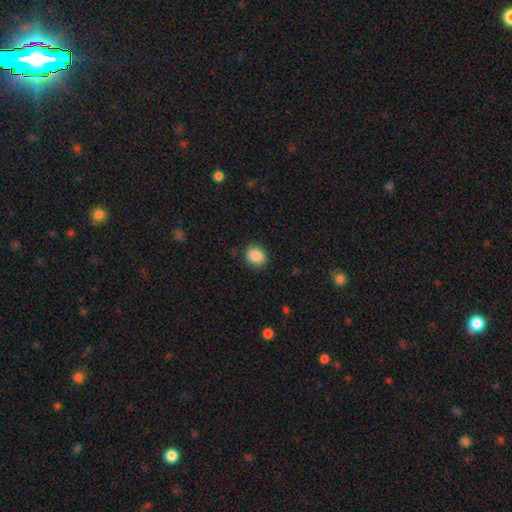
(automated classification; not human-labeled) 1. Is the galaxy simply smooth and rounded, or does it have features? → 88% smooth, 8% star or artifact, 4% featured or disk.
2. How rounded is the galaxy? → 71% round, 29% in between, 1% cigar-shaped.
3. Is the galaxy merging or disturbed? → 87% none, 9% minor disturbance, 3% major disturbance, 1% merger.